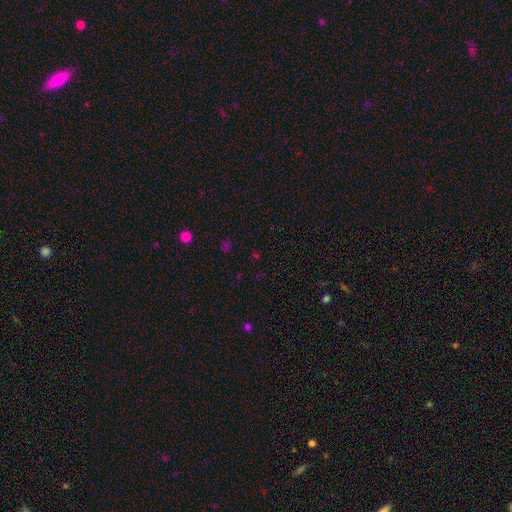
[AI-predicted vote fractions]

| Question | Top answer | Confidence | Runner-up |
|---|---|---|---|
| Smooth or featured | star or artifact | 55% | smooth (38%) |